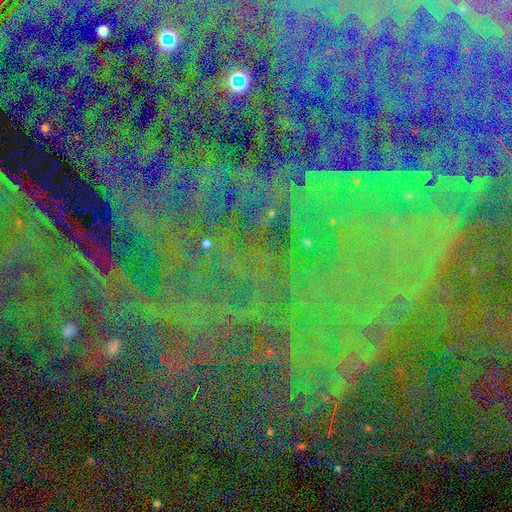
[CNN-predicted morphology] The model was most divided on "smooth or featured": star or artifact: 85%, featured or disk: 8%, smooth: 7%.